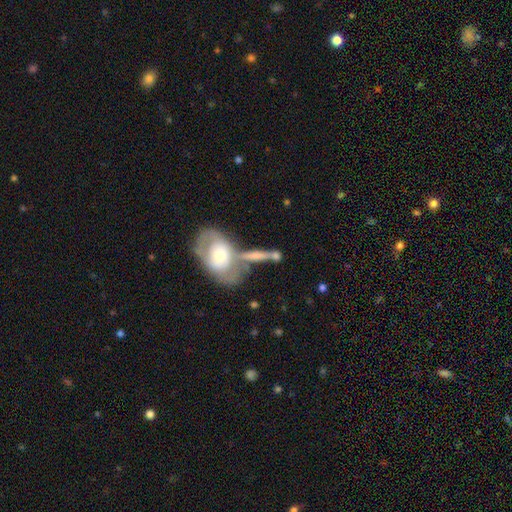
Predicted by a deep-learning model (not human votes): Smooth or featured? featured or disk (47%)
Merging? merger (44%)